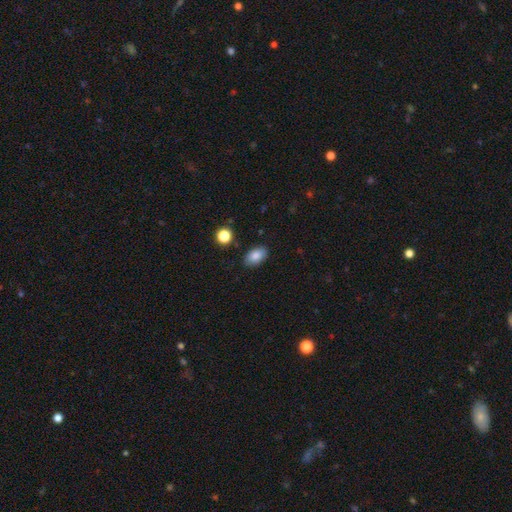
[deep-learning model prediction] Morphology: type=smooth (85%); roundness=in between (91%); merging=none (86%).